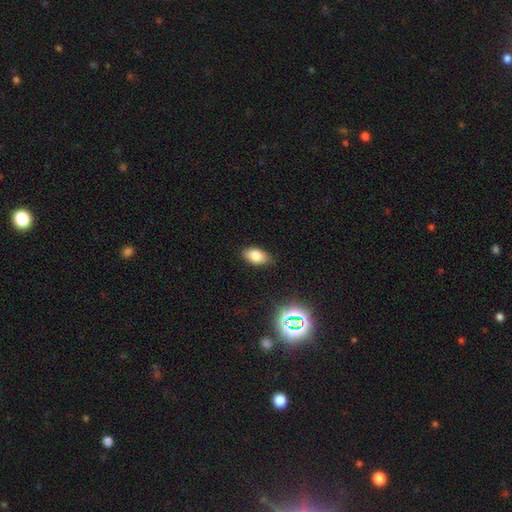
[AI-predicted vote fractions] smooth-or-featured: smooth: 80% | star or artifact: 11% | featured or disk: 10%
  how-rounded: in between: 91% | round: 6% | cigar-shaped: 3%
  merging: none: 85% | minor disturbance: 12% | major disturbance: 2% | merger: 1%